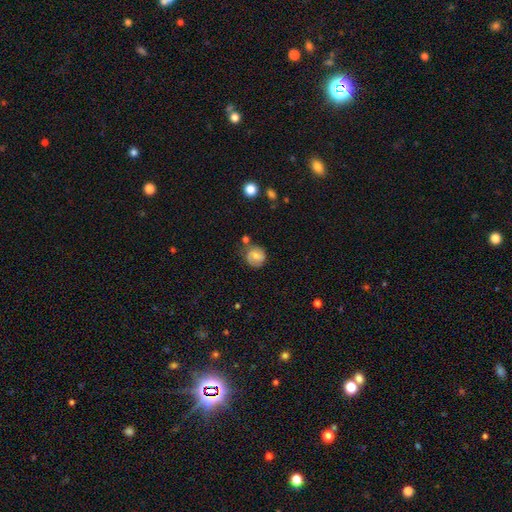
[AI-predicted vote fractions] Smooth or featured?
  - smooth: 47% *
  - featured or disk: 44%
  - star or artifact: 9%
Merging?
  - none: 66% *
  - minor disturbance: 20%
  - merger: 7%
  - major disturbance: 6%